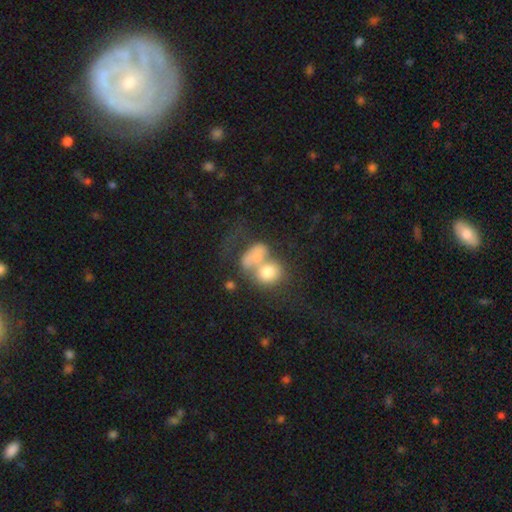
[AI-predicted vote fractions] Smooth or featured?
  - smooth: 64% *
  - featured or disk: 26%
  - star or artifact: 11%
How rounded?
  - in between: 58% *
  - round: 40%
  - cigar-shaped: 2%
Merging?
  - merger: 67% *
  - major disturbance: 14%
  - none: 12%
  - minor disturbance: 7%